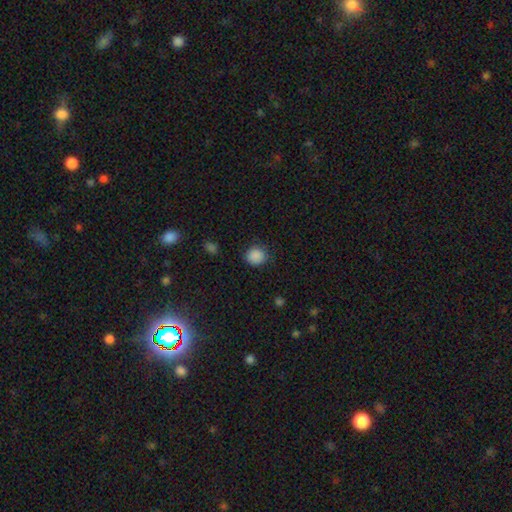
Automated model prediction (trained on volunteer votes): The model was most divided on "how rounded": round: 82%, in between: 17%, cigar-shaped: 1%. More confident: smooth or featured — smooth (87%); merging — none (84%).